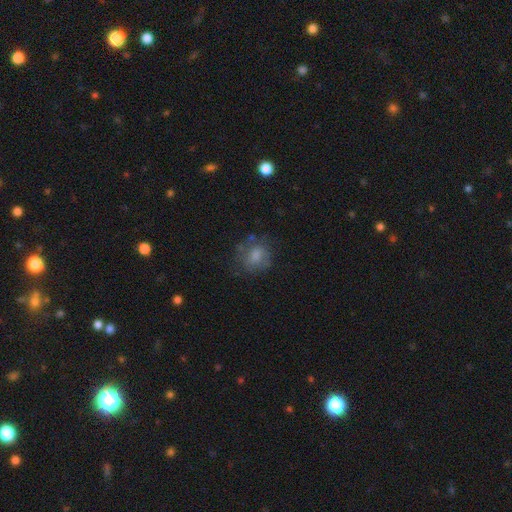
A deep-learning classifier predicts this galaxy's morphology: Overall: smooth (68%). How rounded: round (69%; in between 30%). Merging: none (60%; minor disturbance 23%).